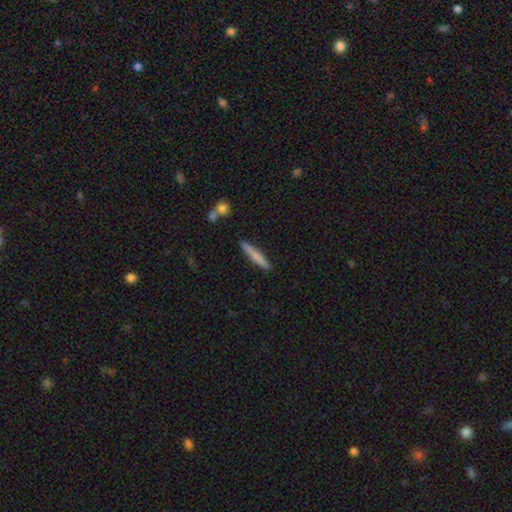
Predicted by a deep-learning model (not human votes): Morphology: type=smooth (70%); roundness=cigar-shaped (94%); merging=none (88%).